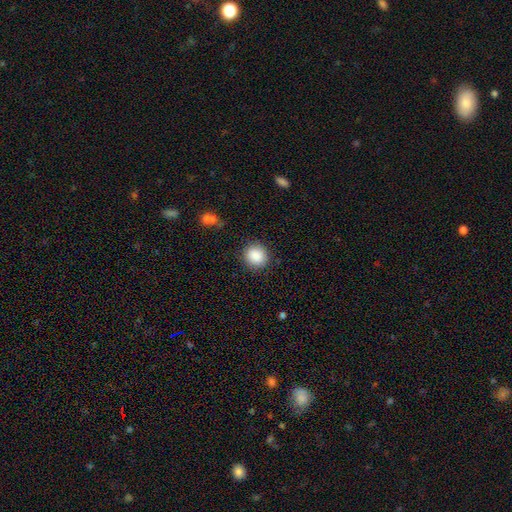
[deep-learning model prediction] Q: Smooth or featured?
A: smooth (88%); runner-up: star or artifact (8%)
Q: How rounded?
A: round (88%); runner-up: in between (11%)
Q: Merging?
A: none (86%); runner-up: minor disturbance (9%)